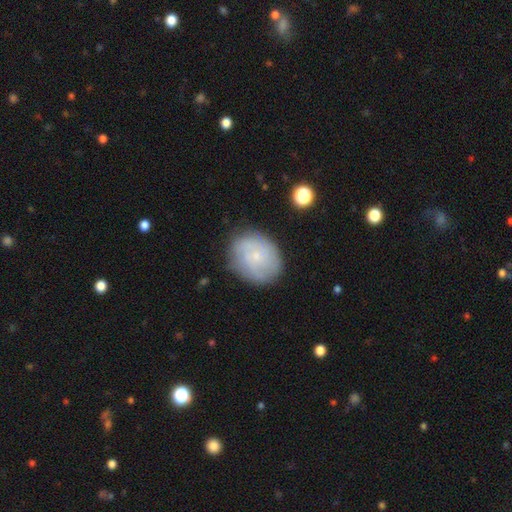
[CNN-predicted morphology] Overall: smooth (49%; featured or disk 43%). Merging: none (76%).